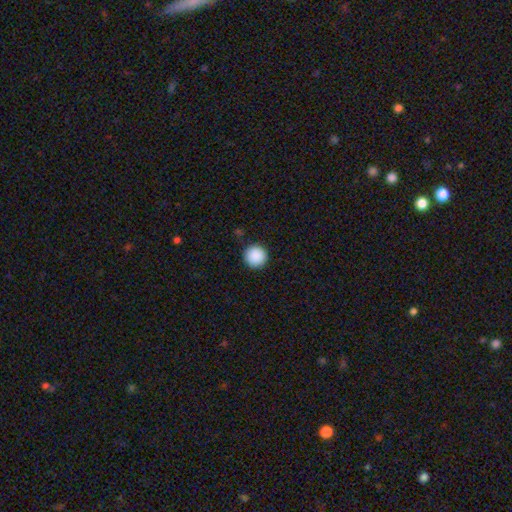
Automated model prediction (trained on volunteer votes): smooth-or-featured: smooth: 89% | star or artifact: 8% | featured or disk: 2%
  how-rounded: round: 97% | in between: 3% | cigar-shaped: 1%
  merging: none: 92% | minor disturbance: 5% | major disturbance: 2% | merger: 1%